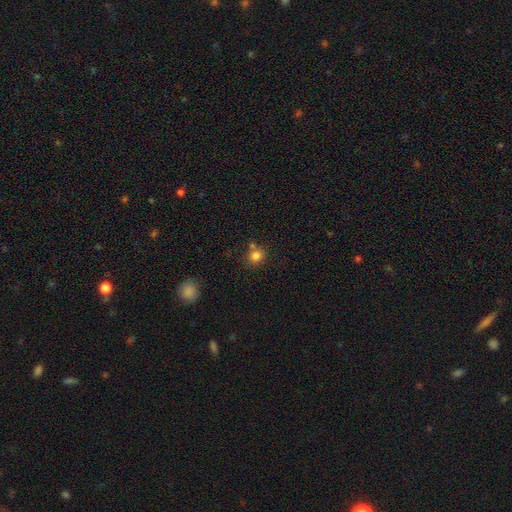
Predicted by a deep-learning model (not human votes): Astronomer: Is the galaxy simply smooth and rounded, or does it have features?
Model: smooth — 82%.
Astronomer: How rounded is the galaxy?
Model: round — 79%.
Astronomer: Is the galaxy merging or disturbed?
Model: none — 65%.